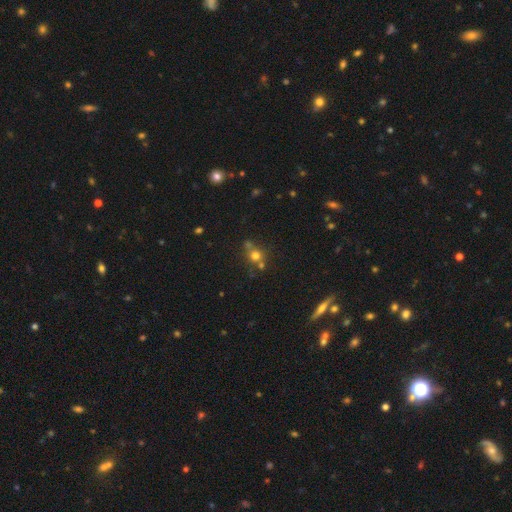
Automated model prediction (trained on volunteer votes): Smooth or featured? smooth (65%)
How rounded? round (88%)
Merging? none (61%)